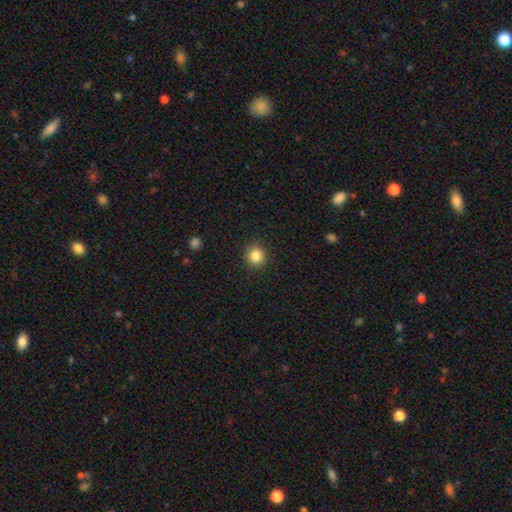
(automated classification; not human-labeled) The model was most divided on "smooth or featured": smooth: 85%, star or artifact: 11%, featured or disk: 5%. More confident: merging — none (92%); how rounded — round (91%).